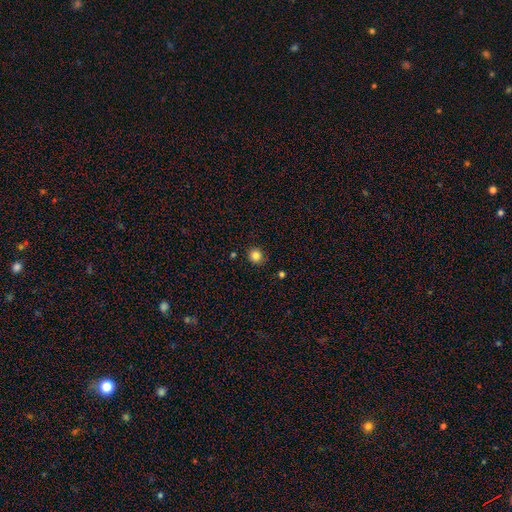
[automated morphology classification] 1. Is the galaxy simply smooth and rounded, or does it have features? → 84% smooth, 12% star or artifact, 4% featured or disk.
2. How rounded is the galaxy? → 91% round, 8% in between, 1% cigar-shaped.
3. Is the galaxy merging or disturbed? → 87% none, 9% minor disturbance, 2% major disturbance, 2% merger.